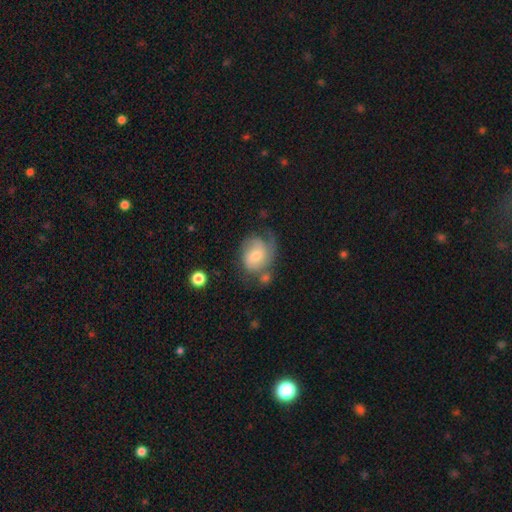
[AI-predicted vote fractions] featured or disk 56%, smooth 36%, star or artifact 8%. Down the decision tree: edge-on disk — no (97%); bar — no (65%); spiral arms — yes (84%); bulge size — moderate (47%); merging — none (45%).